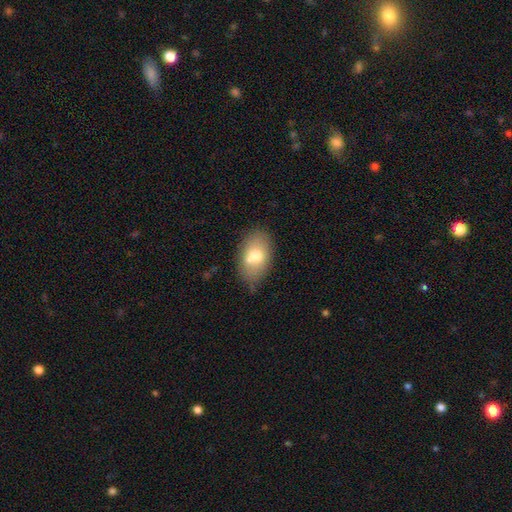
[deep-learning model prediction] This appears to be a smooth galaxy with no disk features (70%) that is in between round and cigar-shaped (89%). Merging: none (61%).